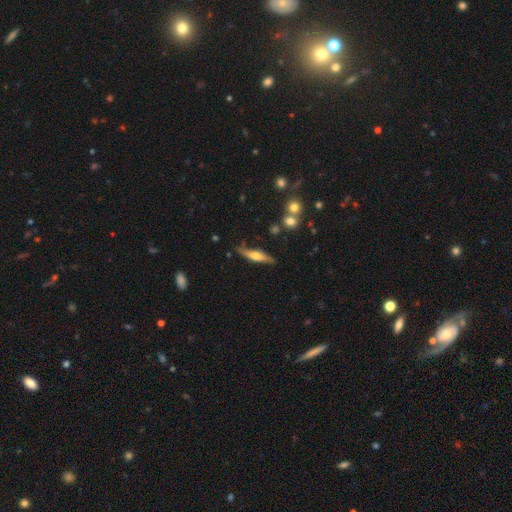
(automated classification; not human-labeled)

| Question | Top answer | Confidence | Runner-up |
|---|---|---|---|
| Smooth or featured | featured or disk | 60% | smooth (35%) |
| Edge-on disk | yes | 91% | no (9%) |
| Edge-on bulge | rounded | 84% | boxy (11%) |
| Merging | none | 78% | minor disturbance (16%) |